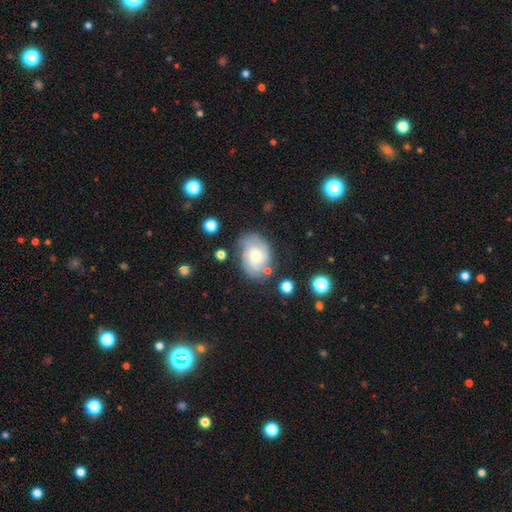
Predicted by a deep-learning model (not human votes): Overall: featured or disk (49%; smooth 43%). Merging: none (64%).